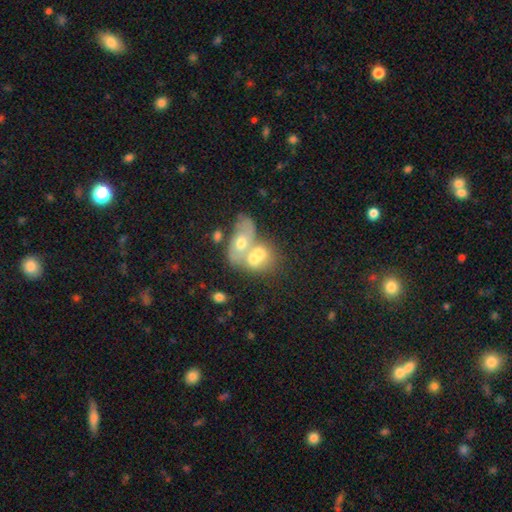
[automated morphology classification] Smooth or featured: smooth — 49% (featured or disk — 41%)
Merging: merger — 79% (none — 11%)